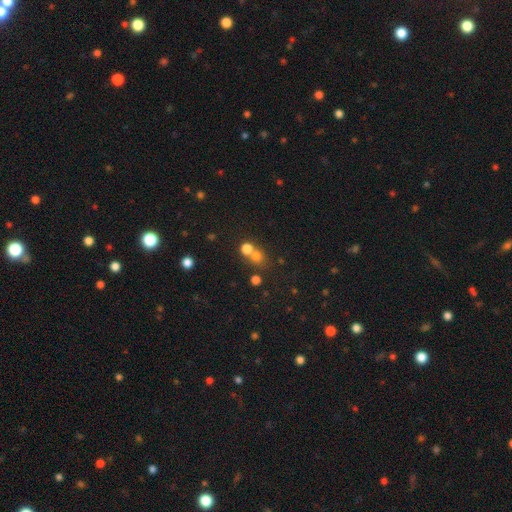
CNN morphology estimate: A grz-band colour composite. It shows a smooth galaxy with no disk features (69%) that is round (84%). Merging: none (52%).